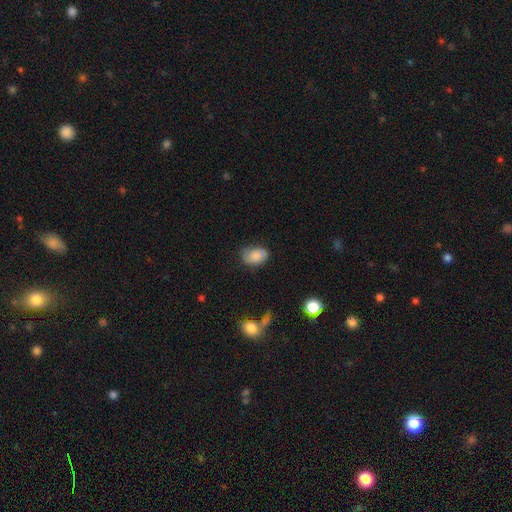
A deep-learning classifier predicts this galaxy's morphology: A smooth galaxy with no disk features (82%) that is in between round and cigar-shaped (86%). Merging: none (69%).